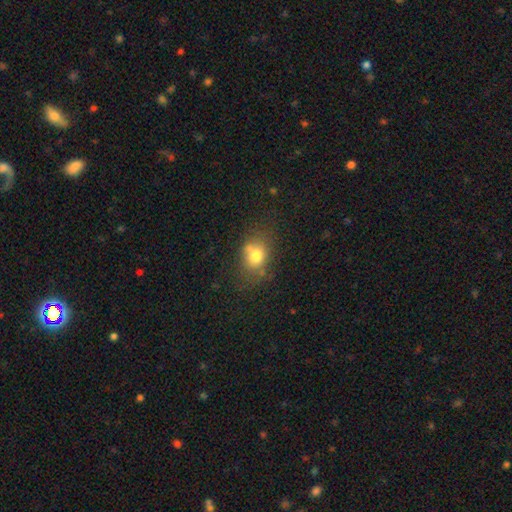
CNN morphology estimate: Smooth or featured: smooth — 73% (featured or disk — 15%)
How rounded: in between — 53% (round — 46%)
Merging: none — 54% (minor disturbance — 21%)